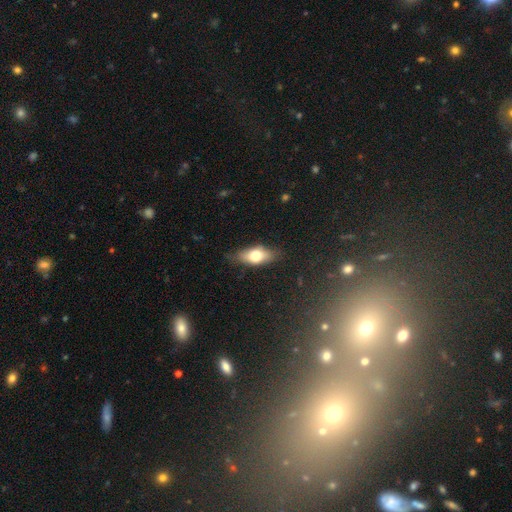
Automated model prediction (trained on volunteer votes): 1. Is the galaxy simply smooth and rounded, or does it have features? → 68% smooth, 25% featured or disk, 7% star or artifact.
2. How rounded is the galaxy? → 82% in between, 13% cigar-shaped, 5% round.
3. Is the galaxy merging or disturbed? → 79% none, 16% minor disturbance, 3% major disturbance, 1% merger.